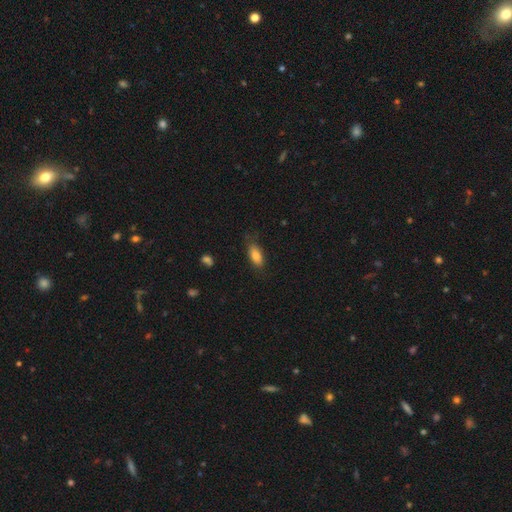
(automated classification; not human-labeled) Overall: smooth (84%). How rounded: in between (83%). Merging: none (74%).